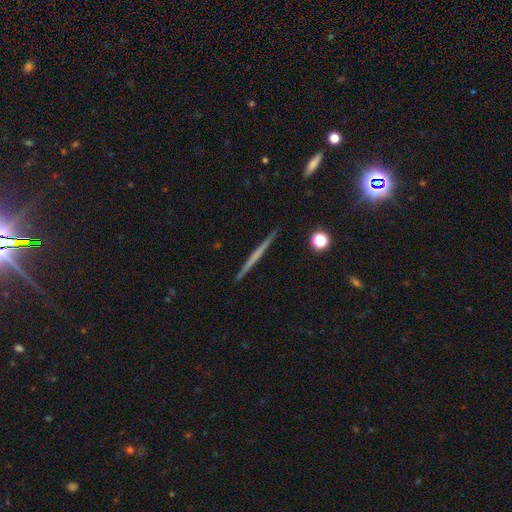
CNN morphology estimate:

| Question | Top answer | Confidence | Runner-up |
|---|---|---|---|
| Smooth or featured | featured or disk | 59% | smooth (34%) |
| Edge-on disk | yes | 98% | no (2%) |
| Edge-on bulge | none | 88% | rounded (8%) |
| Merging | none | 92% | minor disturbance (5%) |